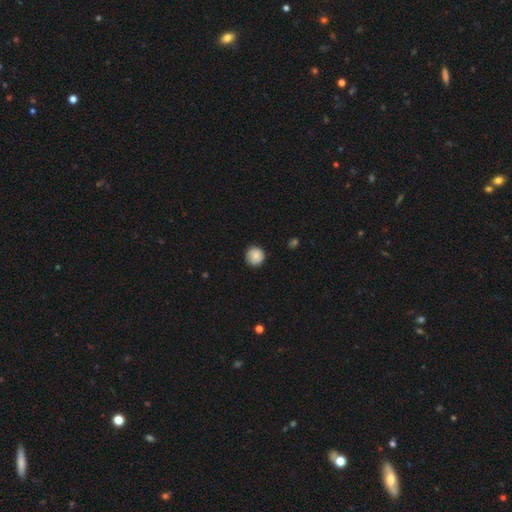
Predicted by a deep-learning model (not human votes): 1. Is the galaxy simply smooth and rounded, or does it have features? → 87% smooth, 8% star or artifact, 6% featured or disk.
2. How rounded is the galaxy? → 94% round, 5% in between, 1% cigar-shaped.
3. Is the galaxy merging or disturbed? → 88% none, 9% minor disturbance, 2% major disturbance, 1% merger.